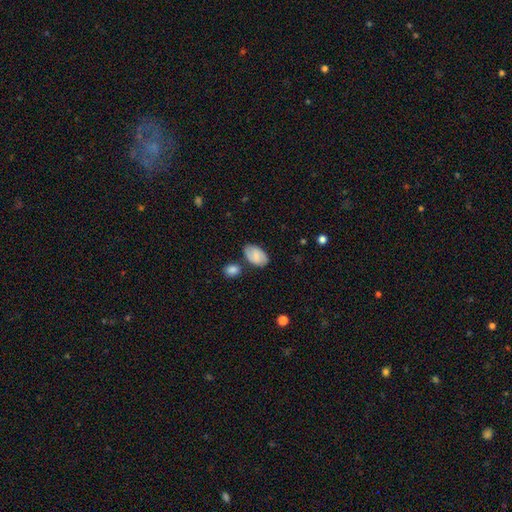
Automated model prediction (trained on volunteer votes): Smooth or featured: smooth — 61% (featured or disk — 31%)
How rounded: in between — 91% (round — 7%)
Merging: none — 72% (minor disturbance — 17%)